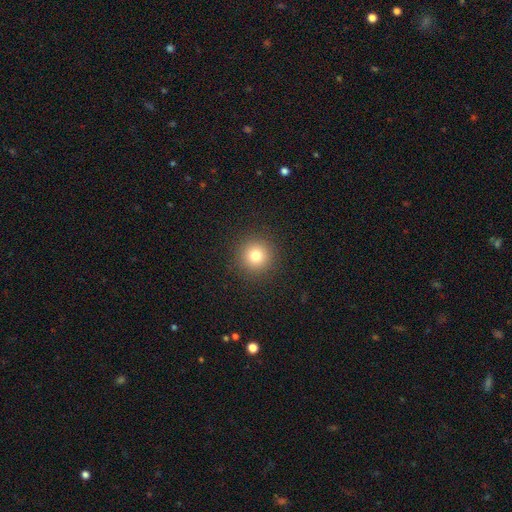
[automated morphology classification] Smooth or featured: smooth — 78% (star or artifact — 14%)
How rounded: round — 96% (in between — 3%)
Merging: none — 92% (minor disturbance — 5%)